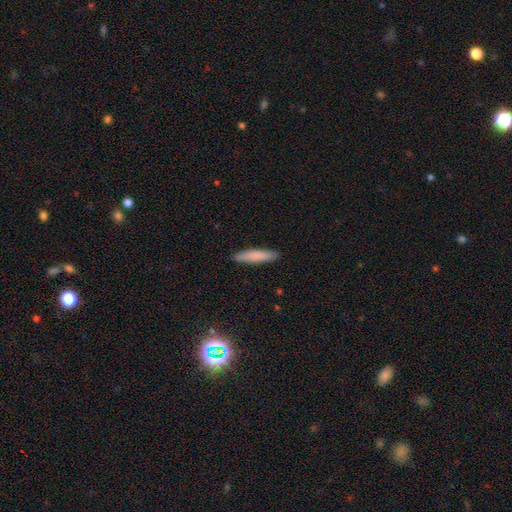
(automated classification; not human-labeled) Smooth or featured? smooth (80%)
How rounded? cigar-shaped (87%)
Merging? none (90%)